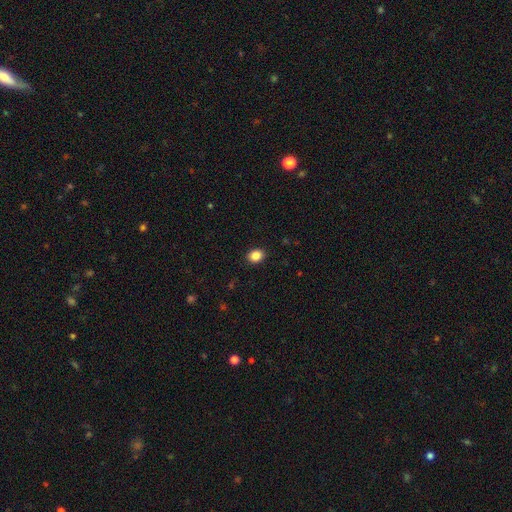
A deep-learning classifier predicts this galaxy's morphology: Smooth or featured? Predicted: smooth (p=0.86). How rounded? Predicted: in between (p=0.51). Merging? Predicted: none (p=0.91).